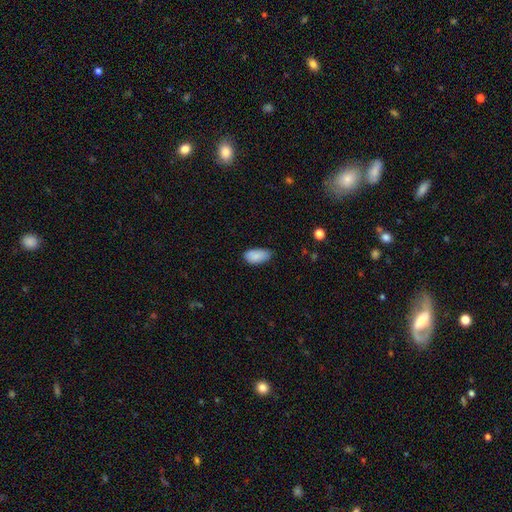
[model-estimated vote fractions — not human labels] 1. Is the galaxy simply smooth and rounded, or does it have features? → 88% smooth, 7% star or artifact, 5% featured or disk.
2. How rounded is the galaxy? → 94% in between, 3% cigar-shaped, 3% round.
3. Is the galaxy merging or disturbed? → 69% none, 26% minor disturbance, 4% major disturbance, 1% merger.